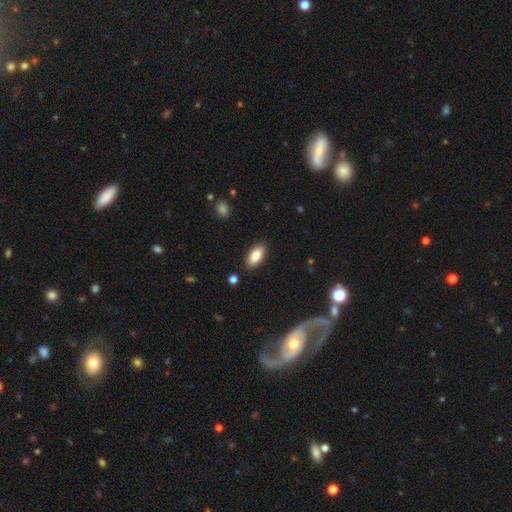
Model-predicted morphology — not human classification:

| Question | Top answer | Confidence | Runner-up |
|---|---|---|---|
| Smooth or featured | smooth | 84% | featured or disk (9%) |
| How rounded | in between | 91% | cigar-shaped (7%) |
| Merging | none | 87% | minor disturbance (9%) |